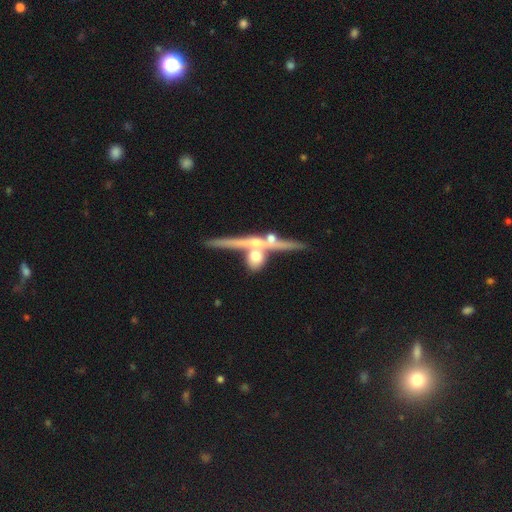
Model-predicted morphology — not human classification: Q: Smooth or featured?
A: featured or disk (52%); runner-up: smooth (37%)
Q: Edge-on disk?
A: yes (82%); runner-up: no (18%)
Q: Merging?
A: none (51%); runner-up: merger (34%)